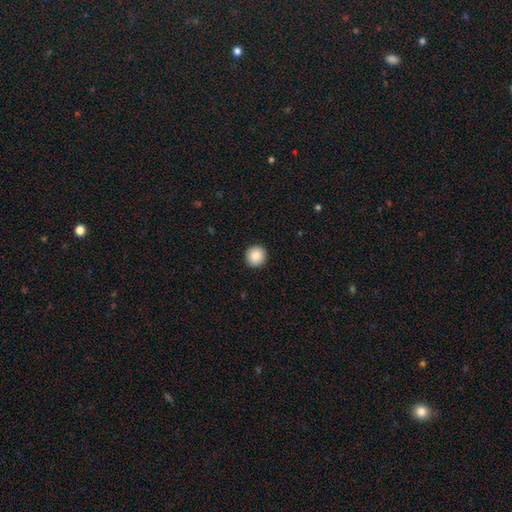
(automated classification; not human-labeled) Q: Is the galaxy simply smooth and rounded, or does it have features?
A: smooth — 88%.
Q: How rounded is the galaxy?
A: round — 95%.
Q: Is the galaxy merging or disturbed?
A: none — 93%.